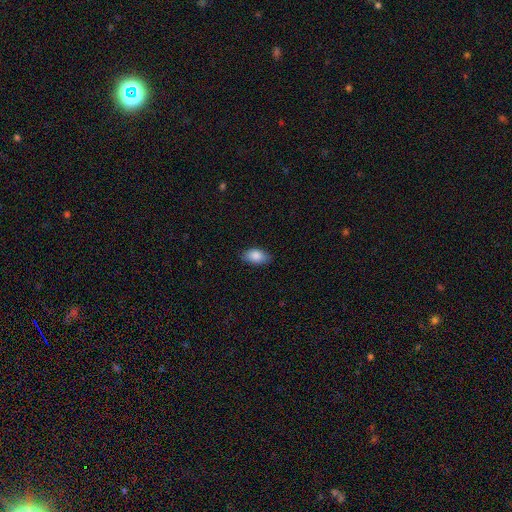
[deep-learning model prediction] smooth_or_featured: smooth (p=0.87) [alt: star or artifact p=0.07]
how_rounded: in between (p=0.93) [alt: round p=0.05]
merging: none (p=0.85) [alt: minor disturbance p=0.11]